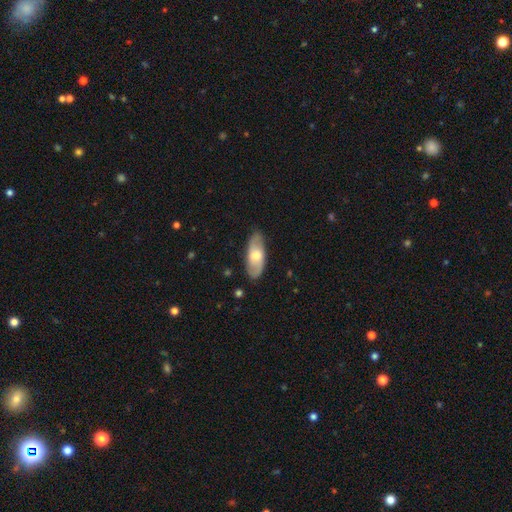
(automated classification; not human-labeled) This is possibly a smooth galaxy (51%). How rounded: clearly in between (85%). Merging: clearly none (84%).